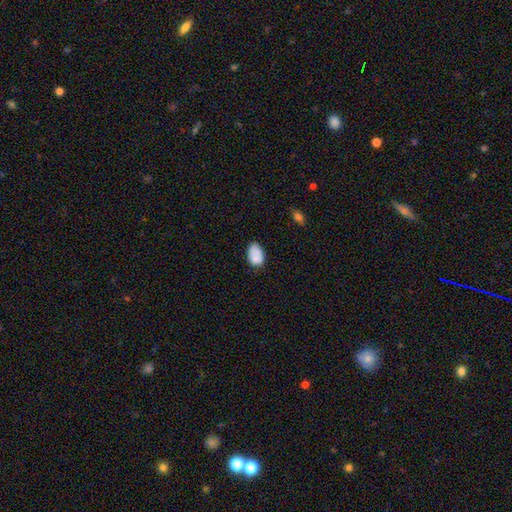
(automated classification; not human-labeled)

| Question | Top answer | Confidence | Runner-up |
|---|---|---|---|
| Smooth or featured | smooth | 83% | featured or disk (9%) |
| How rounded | in between | 88% | round (11%) |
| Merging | none | 59% | minor disturbance (30%) |